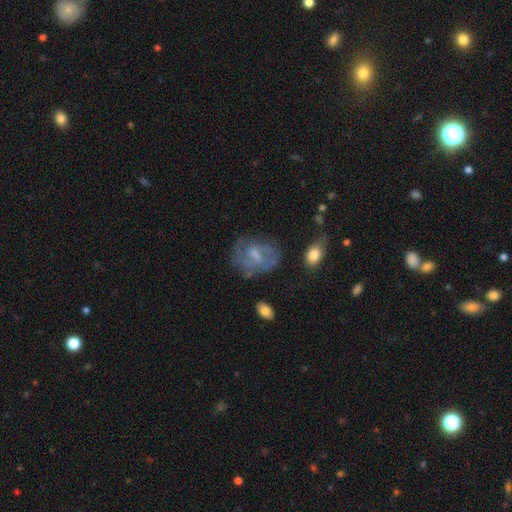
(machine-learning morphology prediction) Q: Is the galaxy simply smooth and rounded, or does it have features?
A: featured or disk — 64%.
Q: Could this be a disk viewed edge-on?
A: no — 96%.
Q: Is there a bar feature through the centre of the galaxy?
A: weak — 53%.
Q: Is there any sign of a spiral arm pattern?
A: yes — 70%.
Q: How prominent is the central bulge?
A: small — 38%.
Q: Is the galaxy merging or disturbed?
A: none — 58%.